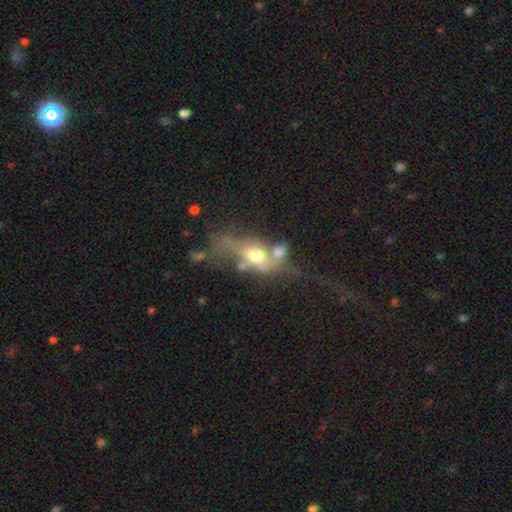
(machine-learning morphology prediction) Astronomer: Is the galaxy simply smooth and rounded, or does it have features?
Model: featured or disk — 56%.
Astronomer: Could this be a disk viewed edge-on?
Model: no — 63%.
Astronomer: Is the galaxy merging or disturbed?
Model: merger — 34% (runner-up: major disturbance, 31%).